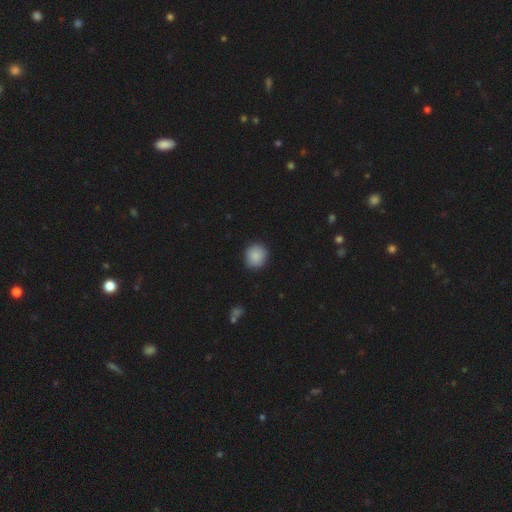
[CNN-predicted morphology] Overall: smooth (89%). How rounded: round (91%). Merging: none (91%).